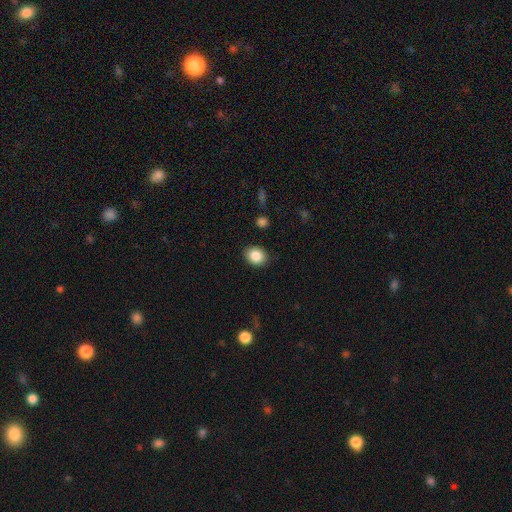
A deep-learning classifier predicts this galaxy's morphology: This appears to be a smooth galaxy with no disk features (86%) that is round (54%). Merging: none (88%).